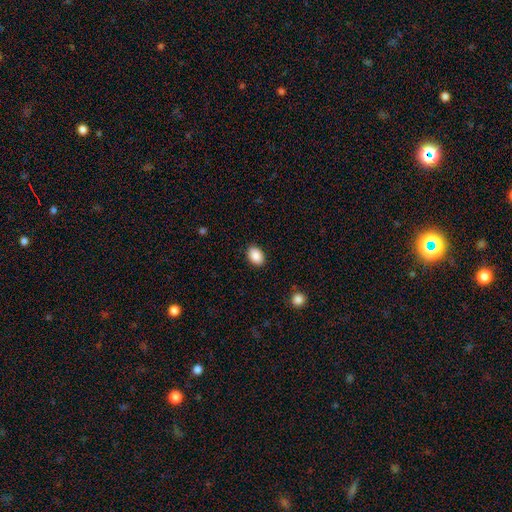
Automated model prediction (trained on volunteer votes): This is clearly a smooth galaxy (89%). How rounded: clearly in between (82%). Merging: clearly none (89%).